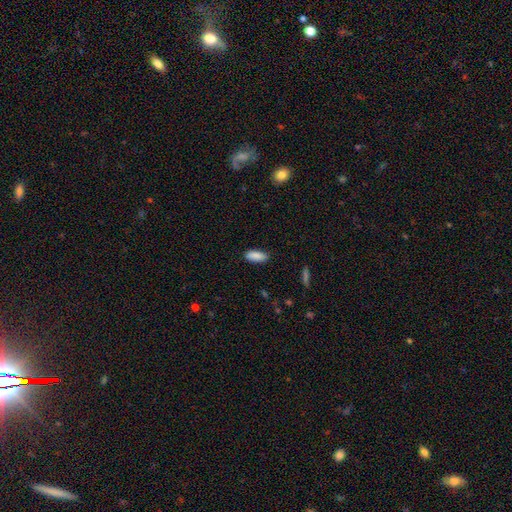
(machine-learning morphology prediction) Overall: smooth (89%). How rounded: in between (77%). Merging: none (88%).